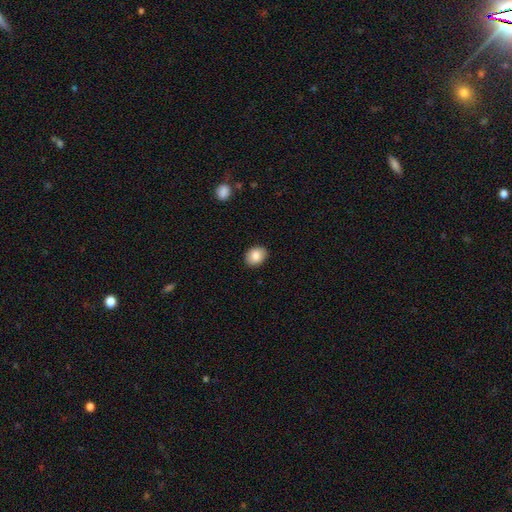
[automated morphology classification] Overall: smooth (86%). How rounded: in between (59%; round 41%). Merging: none (90%).